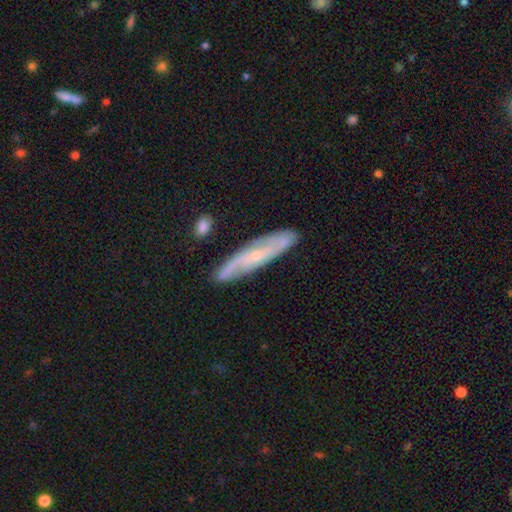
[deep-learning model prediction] featured or disk 71%, smooth 22%, star or artifact 7%. Down the decision tree: edge-on disk — no (63%); merging — none (80%).